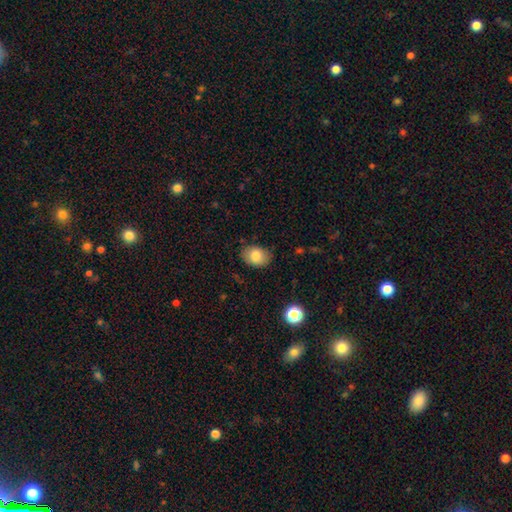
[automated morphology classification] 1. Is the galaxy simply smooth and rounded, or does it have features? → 82% smooth, 9% featured or disk, 9% star or artifact.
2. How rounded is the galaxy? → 69% in between, 30% round, 1% cigar-shaped.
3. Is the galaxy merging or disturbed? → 83% none, 13% minor disturbance, 3% major disturbance, 1% merger.